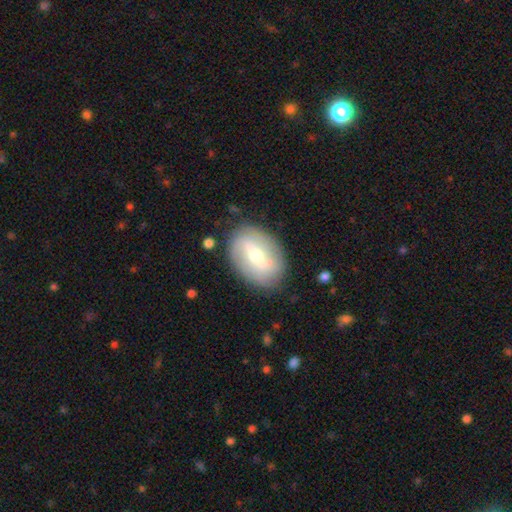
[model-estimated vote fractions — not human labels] Q: Smooth or featured?
A: featured or disk (57%); runner-up: smooth (36%)
Q: Edge-on disk?
A: no (90%); runner-up: yes (10%)
Q: Bar?
A: weak (42%); runner-up: strong (40%)
Q: Spiral arms?
A: no (50%); tied with: yes (50%)
Q: Bulge size?
A: moderate (61%); runner-up: small (32%)
Q: Merging?
A: none (82%); runner-up: minor disturbance (13%)